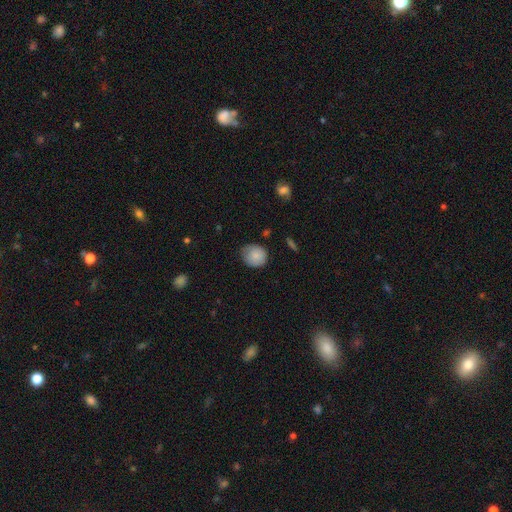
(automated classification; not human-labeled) The model was most divided on "merging": none: 69%, minor disturbance: 25%, major disturbance: 5%, merger: 1%. More confident: smooth or featured — smooth (84%); how rounded — round (81%).